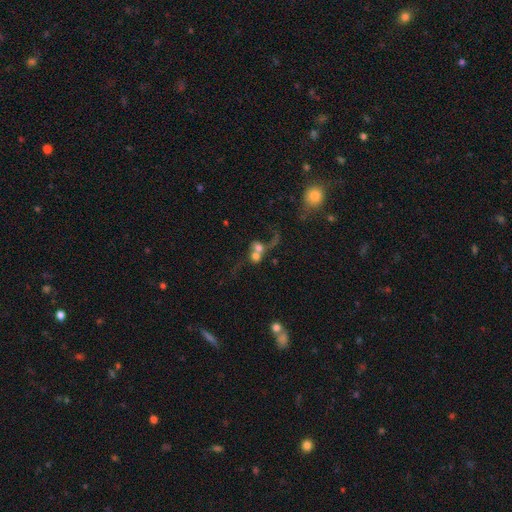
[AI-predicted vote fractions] smooth_or_featured: smooth (p=0.50) [alt: featured or disk p=0.36]
merging: merger (p=0.73) [alt: none p=0.12]